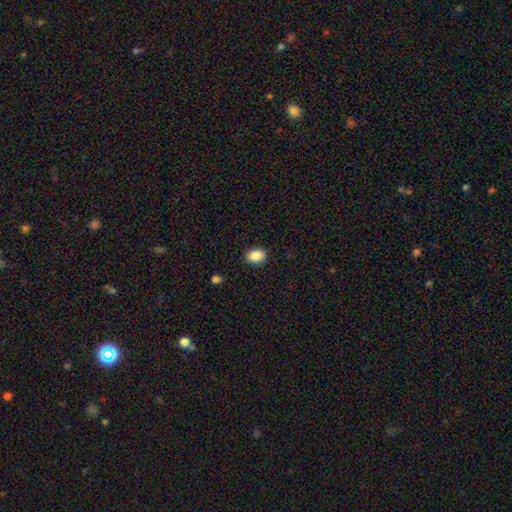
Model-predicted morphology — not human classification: Smooth or featured? smooth (87%)
How rounded? in between (70%)
Merging? none (89%)